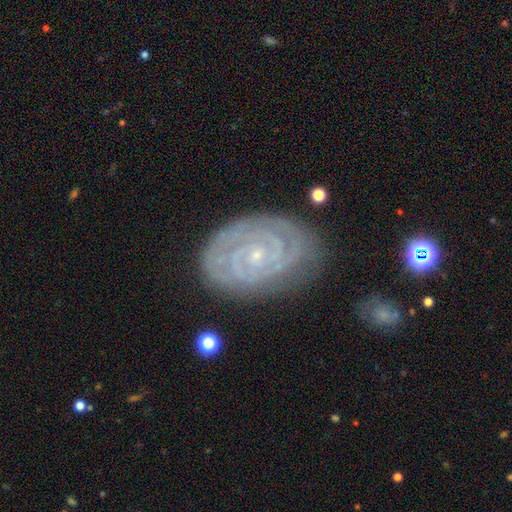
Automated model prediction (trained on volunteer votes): Smooth or featured? featured or disk (88%)
Edge-on disk? no (97%)
Bar? no (71%)
Spiral arms? yes (97%)
Spiral winding? tight (84%)
Spiral arm count? 2 (45%)
Bulge size? small (83%)
Merging? none (78%)